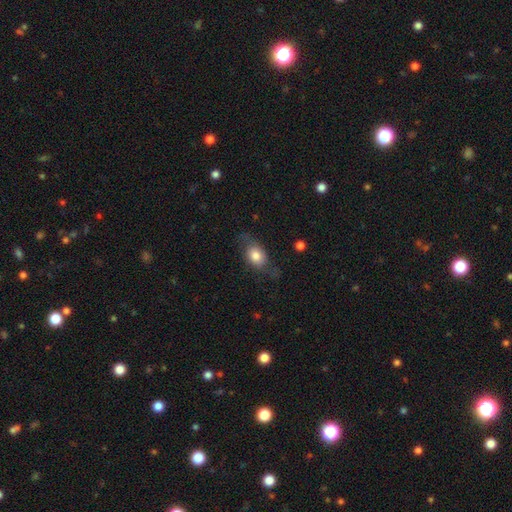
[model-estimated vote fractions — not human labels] Smooth or featured? Predicted: smooth (p=0.71). How rounded? Predicted: in between (p=0.72). Merging? Predicted: none (p=0.56).